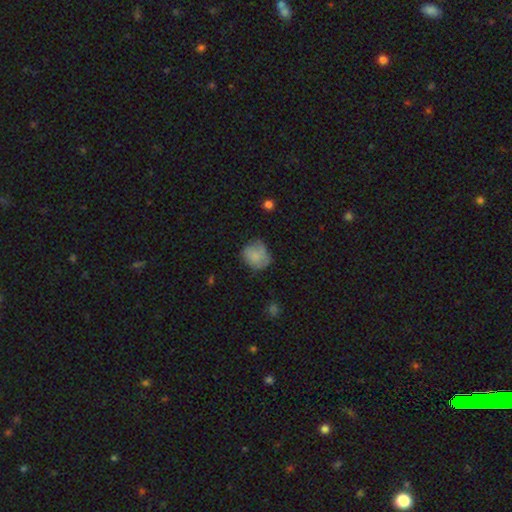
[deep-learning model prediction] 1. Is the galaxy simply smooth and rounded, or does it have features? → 75% smooth, 16% featured or disk, 9% star or artifact.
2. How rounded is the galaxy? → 76% round, 23% in between, 1% cigar-shaped.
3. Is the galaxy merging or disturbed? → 58% none, 30% minor disturbance, 10% major disturbance, 2% merger.